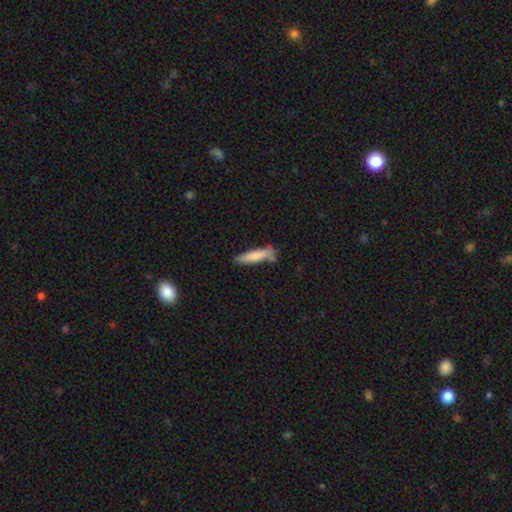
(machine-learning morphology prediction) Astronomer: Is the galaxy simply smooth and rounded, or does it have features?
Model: smooth — 79%.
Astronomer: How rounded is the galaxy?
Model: cigar-shaped — 83%.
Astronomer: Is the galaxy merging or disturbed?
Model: none — 68%.